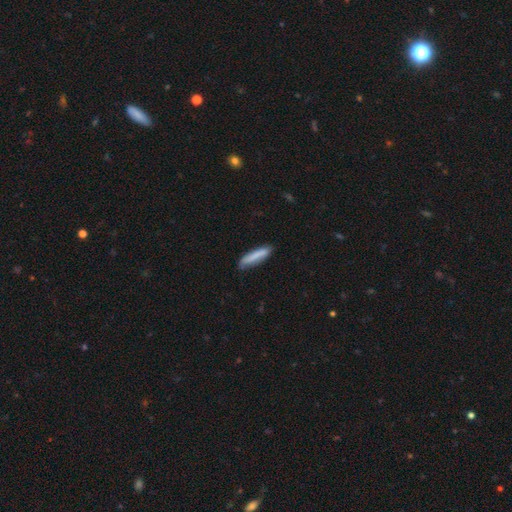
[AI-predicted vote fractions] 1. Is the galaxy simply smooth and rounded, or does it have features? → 79% smooth, 15% featured or disk, 6% star or artifact.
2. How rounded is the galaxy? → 84% cigar-shaped, 15% in between, 1% round.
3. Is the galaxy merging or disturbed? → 79% none, 16% minor disturbance, 3% major disturbance, 2% merger.